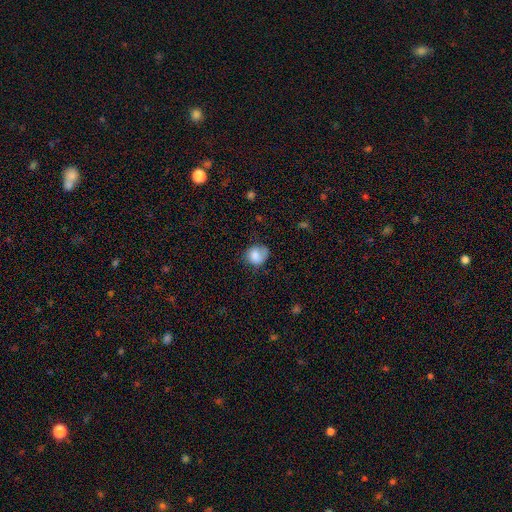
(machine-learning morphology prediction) Smooth or featured?
  - smooth: 78% *
  - featured or disk: 14%
  - star or artifact: 8%
How rounded?
  - round: 68% *
  - in between: 31%
  - cigar-shaped: 1%
Merging?
  - none: 52% *
  - minor disturbance: 32%
  - major disturbance: 14%
  - merger: 2%